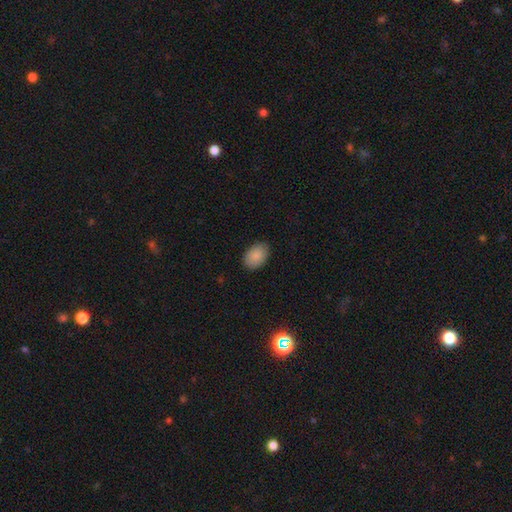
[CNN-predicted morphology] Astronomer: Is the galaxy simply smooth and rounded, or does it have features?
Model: smooth — 88%.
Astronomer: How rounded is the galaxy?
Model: in between — 87%.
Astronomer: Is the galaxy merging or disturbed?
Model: none — 87%.